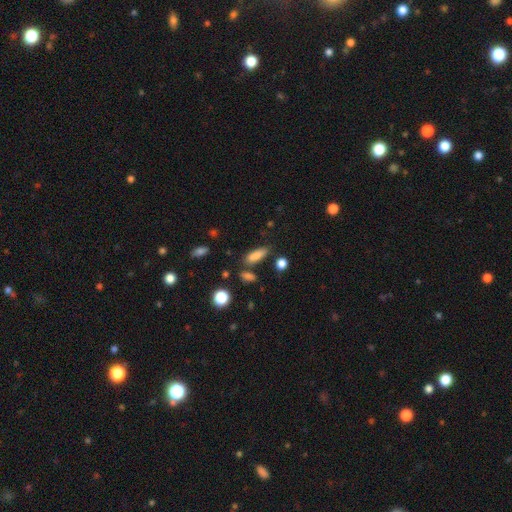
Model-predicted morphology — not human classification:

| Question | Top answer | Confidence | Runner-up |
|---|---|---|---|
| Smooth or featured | smooth | 81% | star or artifact (10%) |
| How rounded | in between | 61% | cigar-shaped (35%) |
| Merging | none | 70% | minor disturbance (16%) |